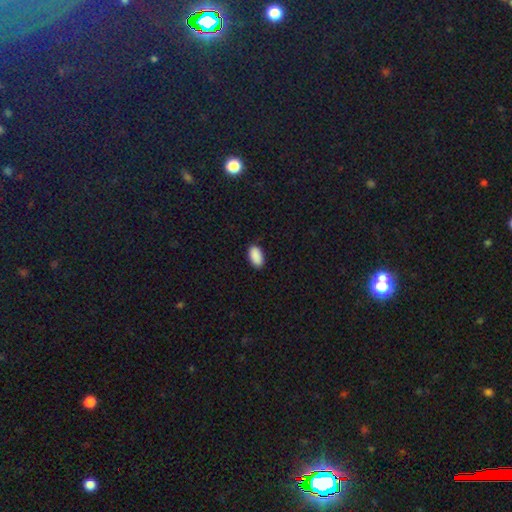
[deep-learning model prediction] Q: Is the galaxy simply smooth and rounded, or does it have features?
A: smooth — 90%.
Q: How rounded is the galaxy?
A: in between — 95%.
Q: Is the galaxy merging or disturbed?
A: none — 88%.